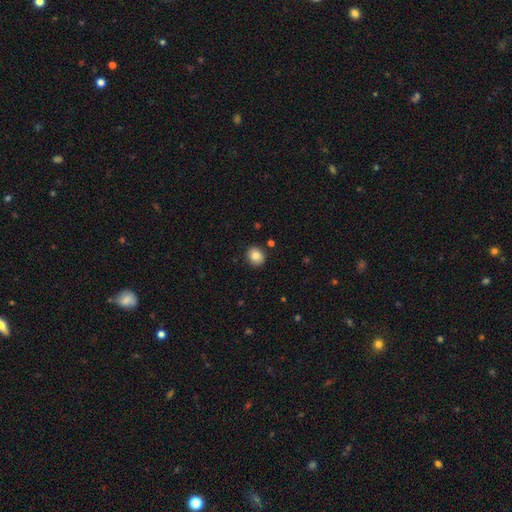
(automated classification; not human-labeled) This is clearly a smooth galaxy (85%). How rounded: likely round (68%). Merging: clearly none (87%).